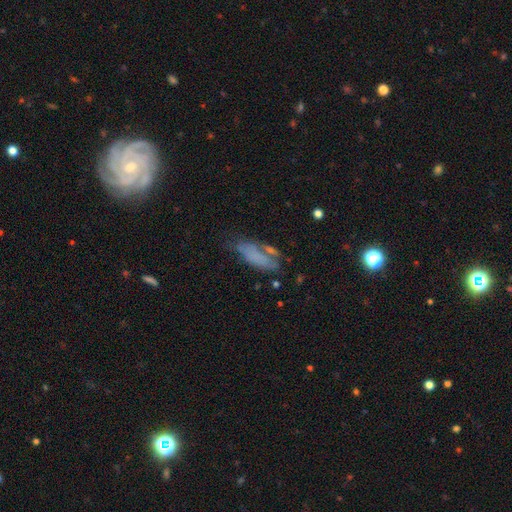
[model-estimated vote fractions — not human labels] smooth_or_featured: smooth (p=0.59) [alt: featured or disk p=0.29]
how_rounded: in between (p=0.67) [alt: cigar-shaped p=0.30]
merging: none (p=0.41) [alt: minor disturbance p=0.28]